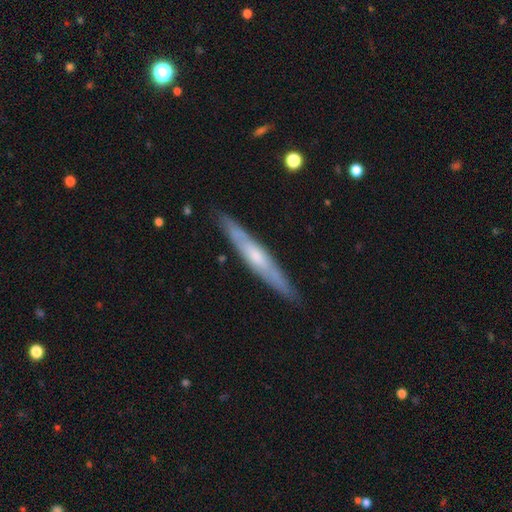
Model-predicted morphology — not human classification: The model was most divided on "edge-on bulge": rounded: 51%, none: 41%, boxy: 8%. More confident: edge-on disk — yes (89%); merging — none (88%); smooth or featured — featured or disk (59%).